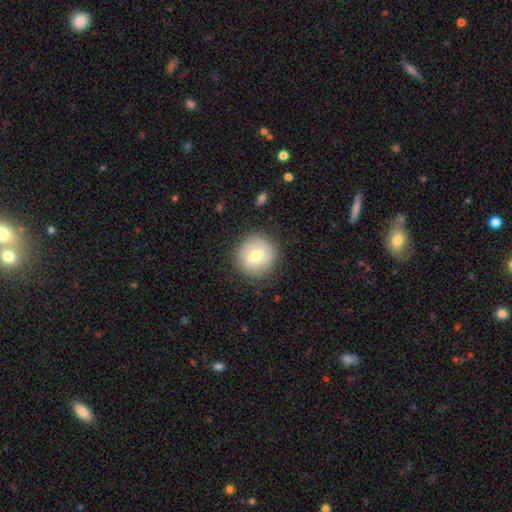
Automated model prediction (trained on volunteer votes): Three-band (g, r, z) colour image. It shows a smooth galaxy with no disk features (67%) that is round (92%). Merging: none (86%).